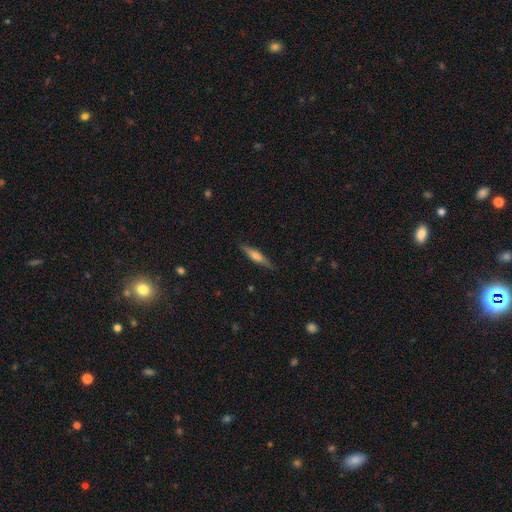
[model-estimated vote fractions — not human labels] This is possibly a smooth galaxy (49%). Merging: clearly none (86%).